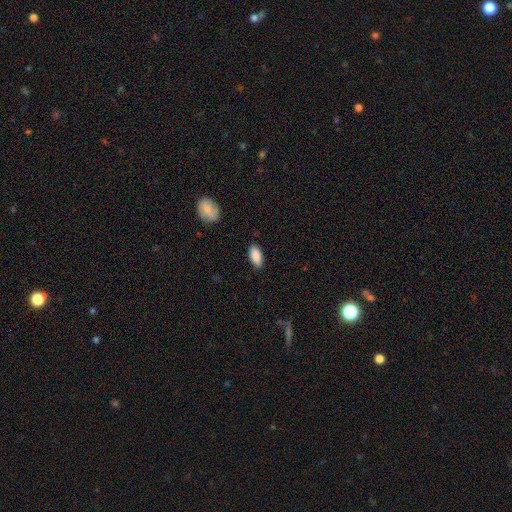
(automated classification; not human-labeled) A smooth galaxy with no disk features (89%) that is in between round and cigar-shaped (90%).

Vote fractions:
- Smooth or featured? smooth: 89% / star or artifact: 6% / featured or disk: 5%
- How rounded? in between: 90% / cigar-shaped: 8% / round: 2%
- Merging? none: 86% / minor disturbance: 10% / major disturbance: 2% / merger: 1%